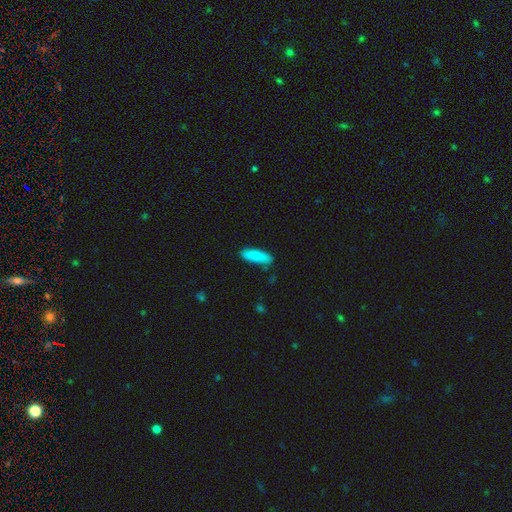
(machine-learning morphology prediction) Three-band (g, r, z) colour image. It shows a smooth galaxy with no disk features (84%) that is cigar-shaped (51%). Merging: none (79%).